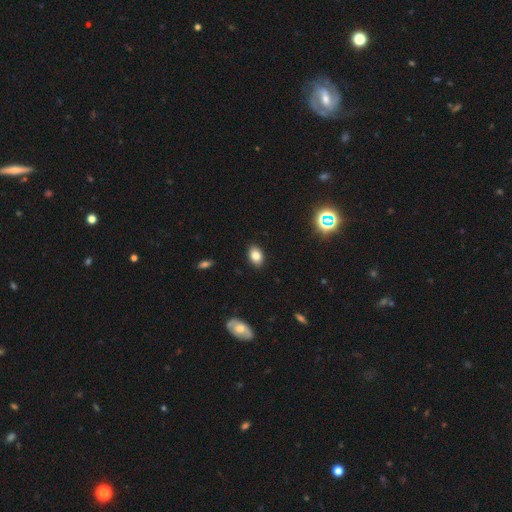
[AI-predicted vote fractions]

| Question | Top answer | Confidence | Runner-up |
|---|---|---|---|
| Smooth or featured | smooth | 82% | star or artifact (10%) |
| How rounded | in between | 84% | round (15%) |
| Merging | none | 88% | minor disturbance (9%) |